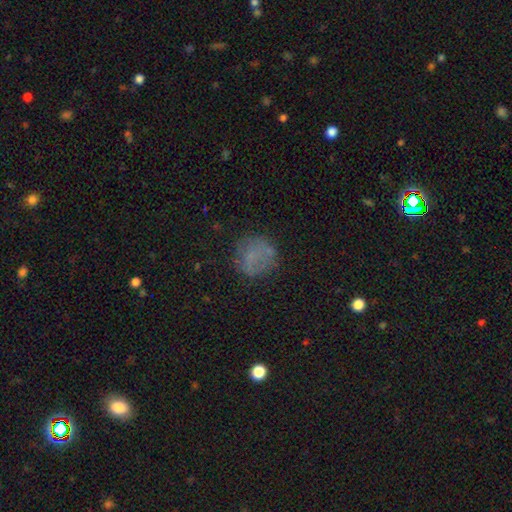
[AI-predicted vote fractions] A smooth galaxy with no disk features (62%) that is round (85%). Merging: none (71%).